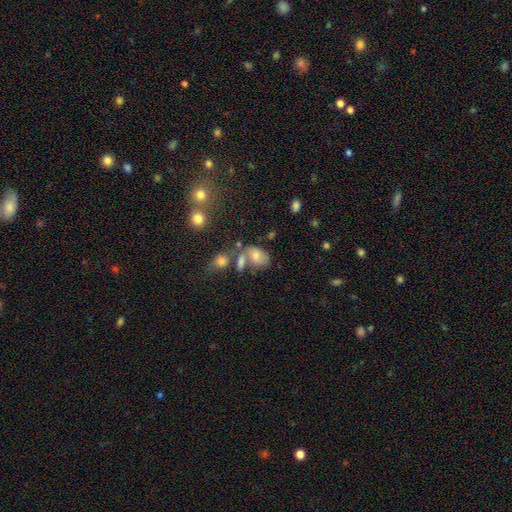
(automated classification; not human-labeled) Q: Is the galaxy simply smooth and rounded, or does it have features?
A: smooth — 61%.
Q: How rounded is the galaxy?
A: in between — 82%.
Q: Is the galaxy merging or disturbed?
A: none — 41%.